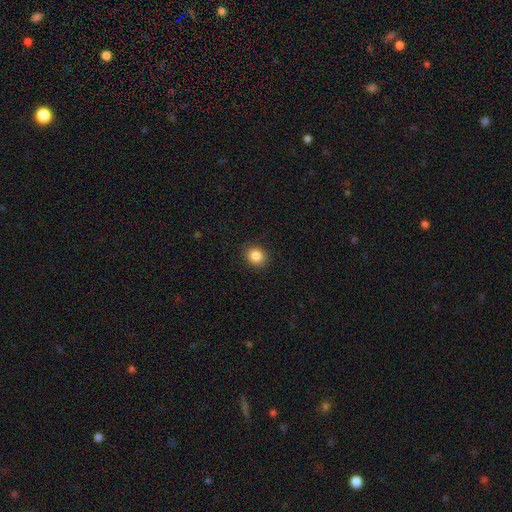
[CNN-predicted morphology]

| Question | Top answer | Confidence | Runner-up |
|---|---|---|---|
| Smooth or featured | smooth | 85% | star or artifact (10%) |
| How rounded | round | 73% | in between (26%) |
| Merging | none | 89% | minor disturbance (8%) |